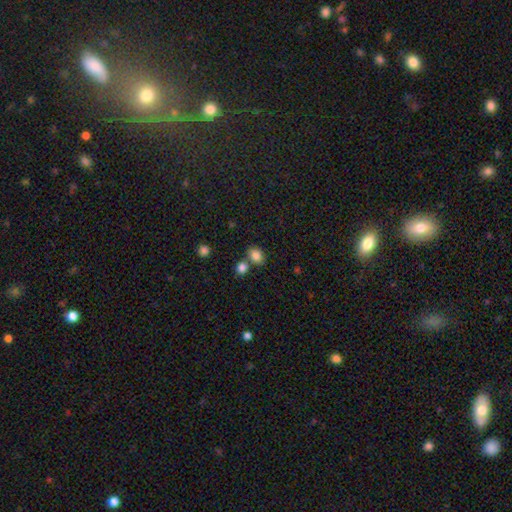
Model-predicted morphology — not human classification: smooth_or_featured: smooth (p=0.83) [alt: star or artifact p=0.10]
how_rounded: in between (p=0.65) [alt: round p=0.34]
merging: none (p=0.62) [alt: merger p=0.22]